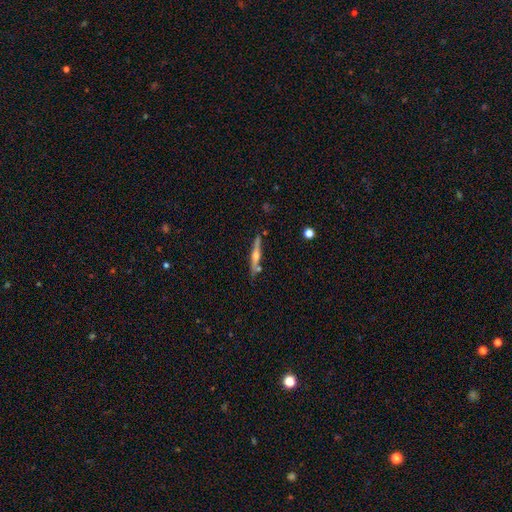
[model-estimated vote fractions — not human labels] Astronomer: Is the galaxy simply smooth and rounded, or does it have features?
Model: featured or disk — 69%.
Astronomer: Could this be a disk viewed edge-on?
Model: yes — 97%.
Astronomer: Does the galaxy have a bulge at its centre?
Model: rounded — 89%.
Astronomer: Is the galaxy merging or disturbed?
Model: none — 80%.